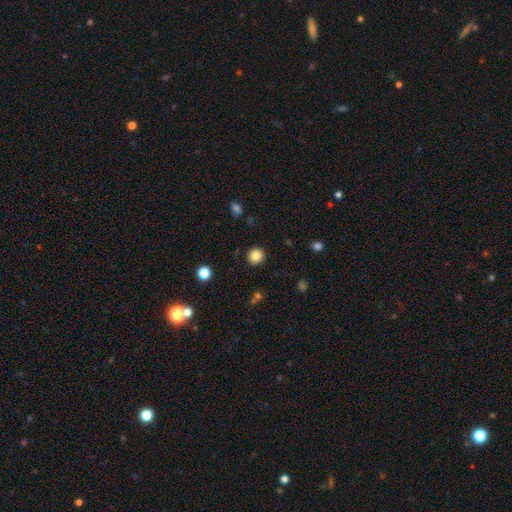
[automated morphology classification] Q: Smooth or featured?
A: smooth (84%); runner-up: star or artifact (11%)
Q: How rounded?
A: round (91%); runner-up: in between (8%)
Q: Merging?
A: none (91%); runner-up: minor disturbance (6%)